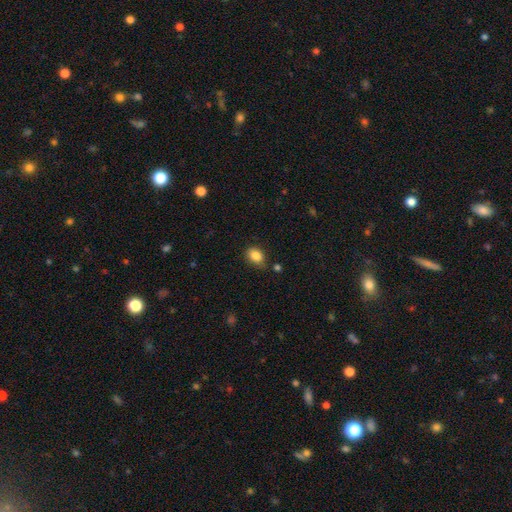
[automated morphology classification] Smooth or featured? Predicted: smooth (p=0.86). How rounded? Predicted: in between (p=0.75). Merging? Predicted: none (p=0.77).